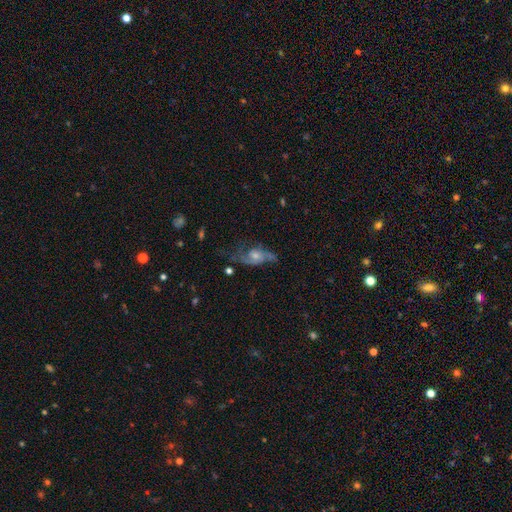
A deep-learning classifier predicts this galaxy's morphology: The model was most divided on "spiral winding": loose: 44%, medium: 41%, tight: 16%. Remaining: edge-on disk — no (92%); spiral arms — yes (91%); spiral arm count — 2 (80%); smooth or featured — featured or disk (75%); bar — no (66%); merging — none (57%); bulge size — moderate (48%).